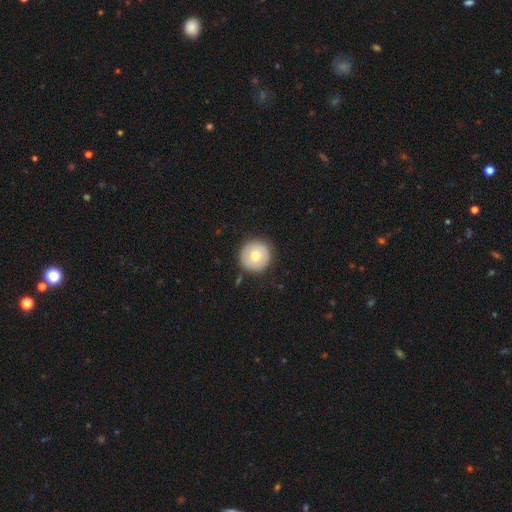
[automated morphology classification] This appears to be a smooth galaxy with no disk features (69%) that is round (96%). Merging: none (89%).